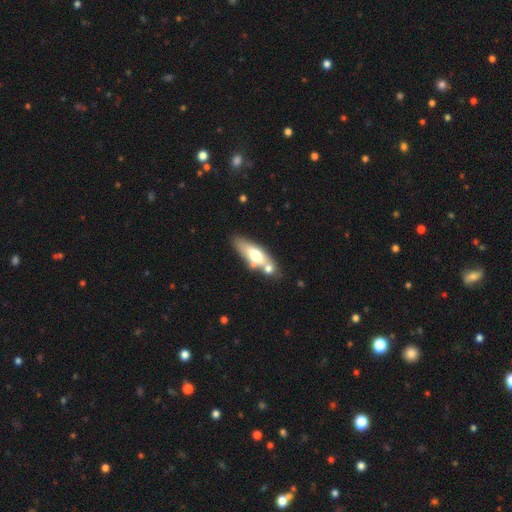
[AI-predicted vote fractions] Smooth or featured? Predicted: smooth (p=0.56). How rounded? Predicted: in between (p=0.56). Merging? Predicted: none (p=0.51).